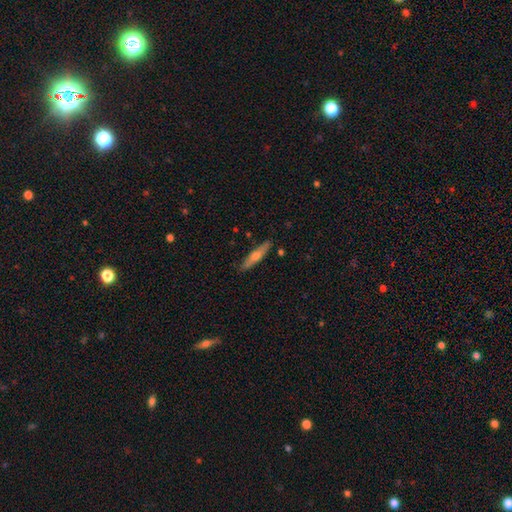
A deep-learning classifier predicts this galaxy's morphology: Smooth or featured? Predicted: featured or disk (p=0.48). Merging? Predicted: none (p=0.87).